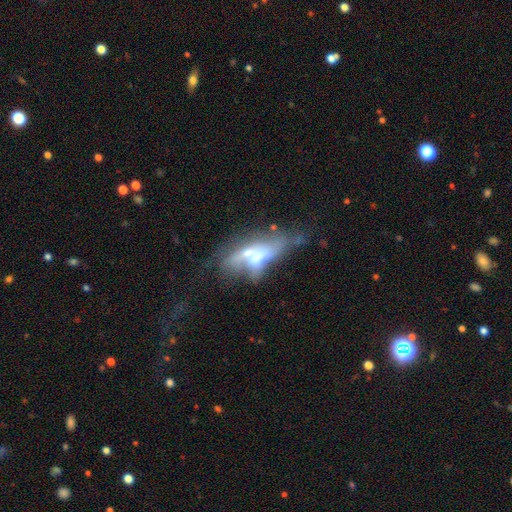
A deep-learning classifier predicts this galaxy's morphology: This appears to be a featured or disk galaxy (58%). Merging: merger (44%).